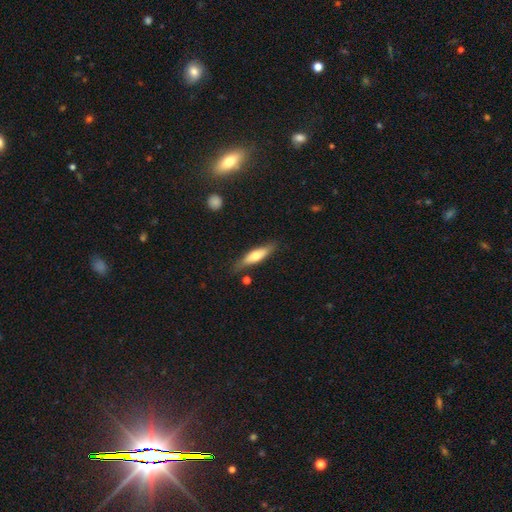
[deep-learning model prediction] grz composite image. It shows a smooth galaxy with no disk features (58%) that is cigar-shaped (64%). Merging: none (78%).